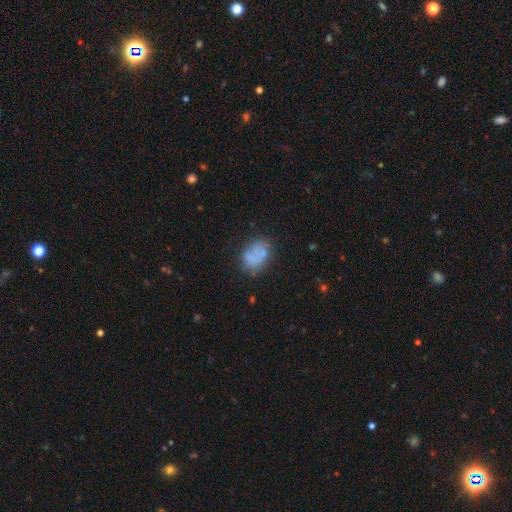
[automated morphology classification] Smooth or featured?
  - smooth: 62% *
  - featured or disk: 27%
  - star or artifact: 11%
How rounded?
  - in between: 74% *
  - round: 24%
  - cigar-shaped: 2%
Merging?
  - none: 46% *
  - minor disturbance: 25%
  - major disturbance: 15%
  - merger: 13%